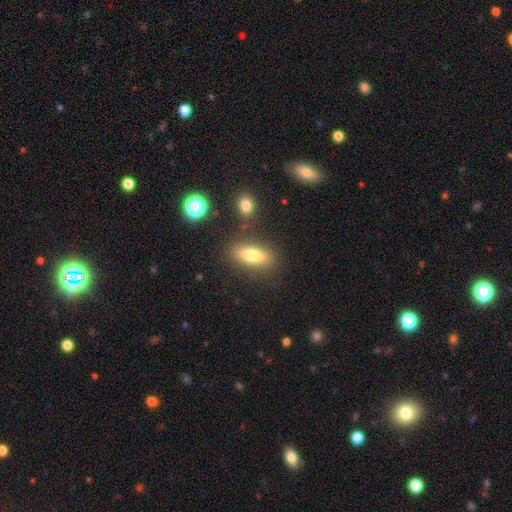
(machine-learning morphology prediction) Smooth or featured: smooth — 74% (featured or disk — 17%)
How rounded: in between — 72% (cigar-shaped — 23%)
Merging: none — 79% (minor disturbance — 12%)